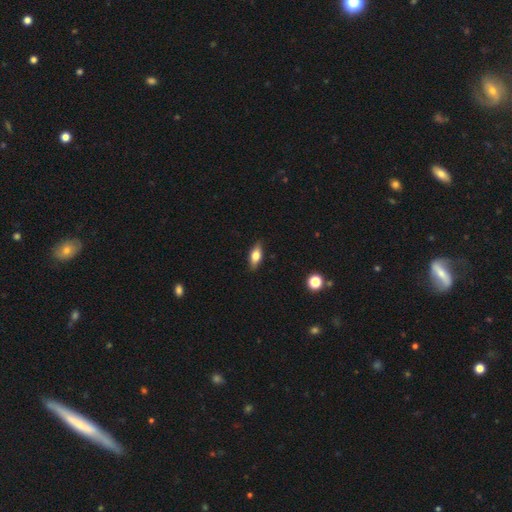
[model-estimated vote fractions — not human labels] smooth 68%, featured or disk 25%, star or artifact 7%. Down the decision tree: how rounded — in between (78%); merging — none (86%).